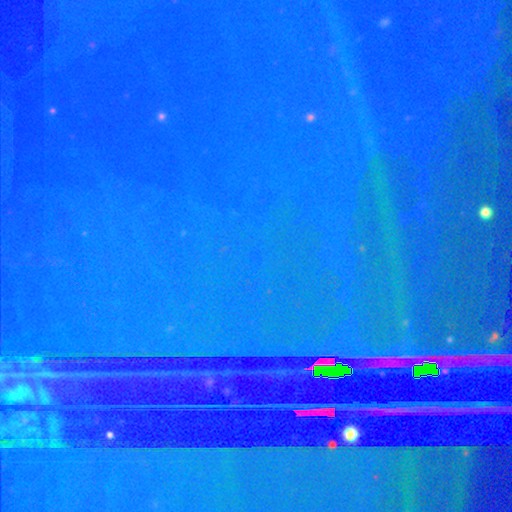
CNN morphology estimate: Smooth or featured? Predicted: star or artifact (p=0.86).